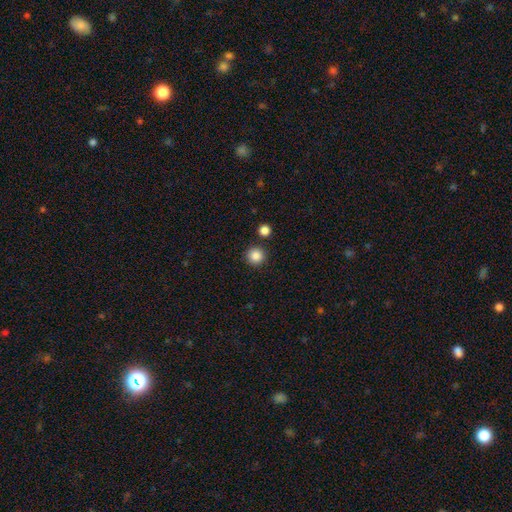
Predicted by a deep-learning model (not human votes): Morphology: type=smooth (86%); roundness=round (95%); merging=none (89%).